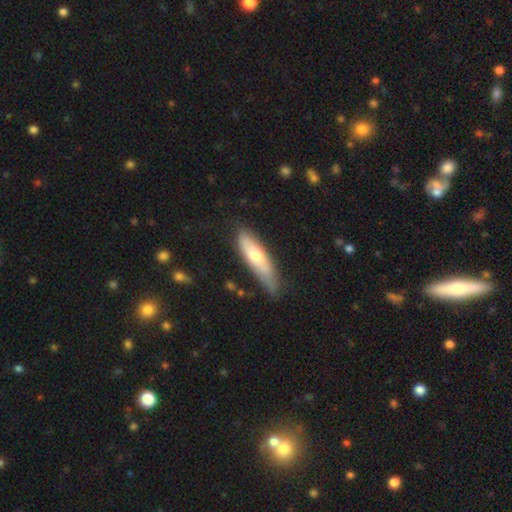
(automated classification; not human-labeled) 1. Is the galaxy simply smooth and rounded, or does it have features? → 61% smooth, 34% featured or disk, 5% star or artifact.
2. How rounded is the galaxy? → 64% cigar-shaped, 35% in between, 2% round.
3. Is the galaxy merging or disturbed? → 69% none, 24% minor disturbance, 5% major disturbance, 2% merger.